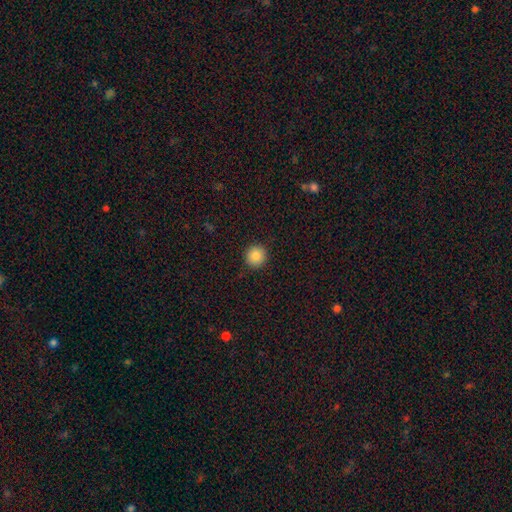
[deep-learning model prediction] A smooth galaxy with no disk features (86%) that is round (93%).

Vote fractions:
- Smooth or featured? smooth: 86% / star or artifact: 10% / featured or disk: 4%
- How rounded? round: 93% / in between: 6% / cigar-shaped: 1%
- Merging? none: 91% / minor disturbance: 6% / major disturbance: 2% / merger: 1%